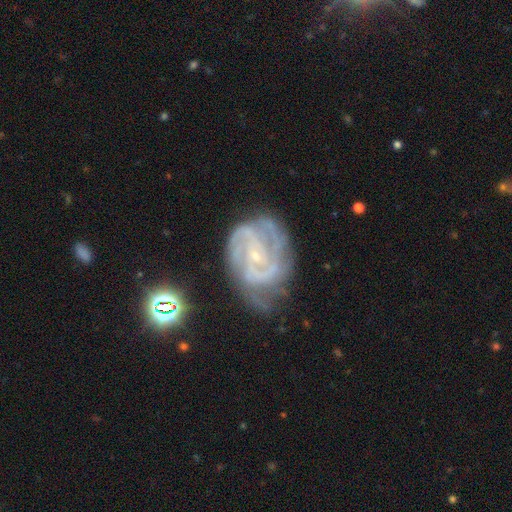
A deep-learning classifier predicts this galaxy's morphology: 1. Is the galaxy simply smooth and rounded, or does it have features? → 88% featured or disk, 7% star or artifact, 6% smooth.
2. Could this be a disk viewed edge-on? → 98% no, 2% yes.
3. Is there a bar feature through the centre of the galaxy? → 51% no, 36% weak, 13% strong.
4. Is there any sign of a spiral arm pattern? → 96% yes, 4% no.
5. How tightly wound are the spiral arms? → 51% tight, 41% medium, 8% loose.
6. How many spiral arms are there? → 30% 2, 27% 3, 21% can't tell, 11% 4, 5% more than 4, 5% 1.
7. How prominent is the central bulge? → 84% small, 12% moderate, 2% none, 1% large, 1% dominant.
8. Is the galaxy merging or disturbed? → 52% none, 29% minor disturbance, 16% major disturbance, 3% merger.